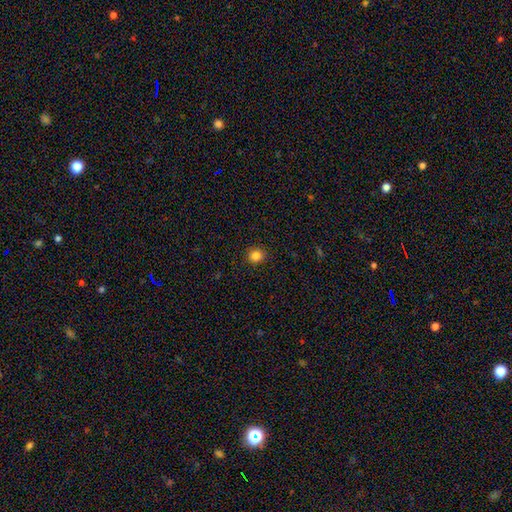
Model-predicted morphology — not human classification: Smooth or featured? Predicted: smooth (p=0.84). How rounded? Predicted: round (p=0.86). Merging? Predicted: none (p=0.91).